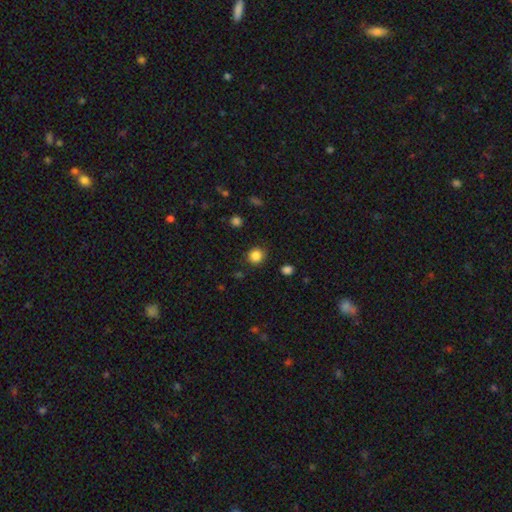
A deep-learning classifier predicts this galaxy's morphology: smooth_or_featured: smooth (p=0.85) [alt: star or artifact p=0.11]
how_rounded: round (p=0.89) [alt: in between p=0.10]
merging: none (p=0.87) [alt: minor disturbance p=0.08]